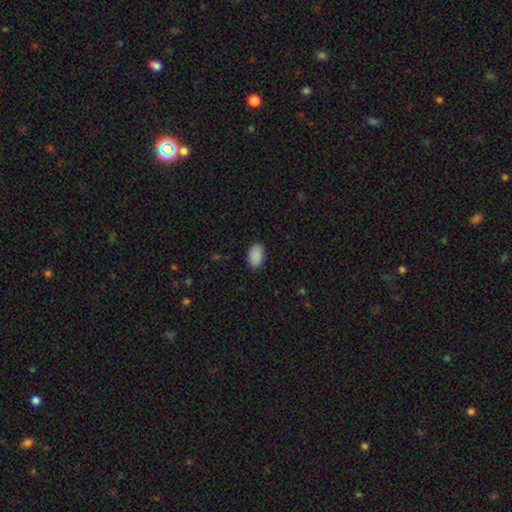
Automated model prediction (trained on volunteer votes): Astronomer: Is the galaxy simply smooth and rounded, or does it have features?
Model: smooth — 90%.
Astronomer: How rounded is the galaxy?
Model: in between — 89%.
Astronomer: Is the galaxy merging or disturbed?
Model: none — 85%.